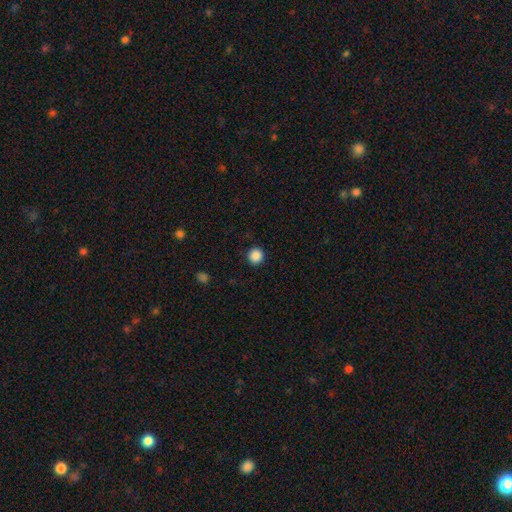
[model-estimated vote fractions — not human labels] smooth-or-featured: smooth: 88% | star or artifact: 10% | featured or disk: 3%
  how-rounded: round: 92% | in between: 7% | cigar-shaped: 1%
  merging: none: 92% | minor disturbance: 5% | major disturbance: 2% | merger: 1%